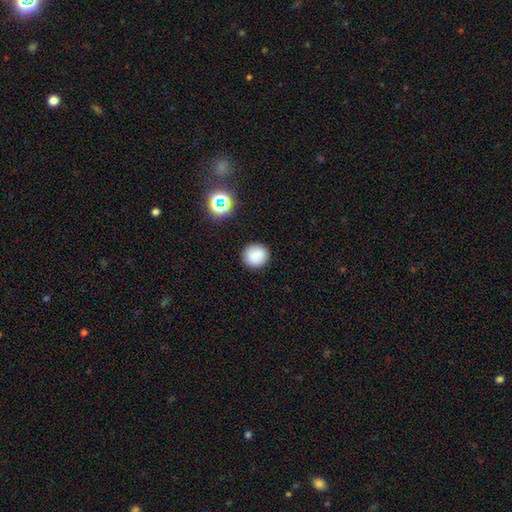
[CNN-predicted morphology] Smooth or featured?
  - smooth: 85% *
  - star or artifact: 11%
  - featured or disk: 4%
How rounded?
  - round: 89% *
  - in between: 10%
  - cigar-shaped: 1%
Merging?
  - none: 90% *
  - minor disturbance: 7%
  - major disturbance: 2%
  - merger: 1%